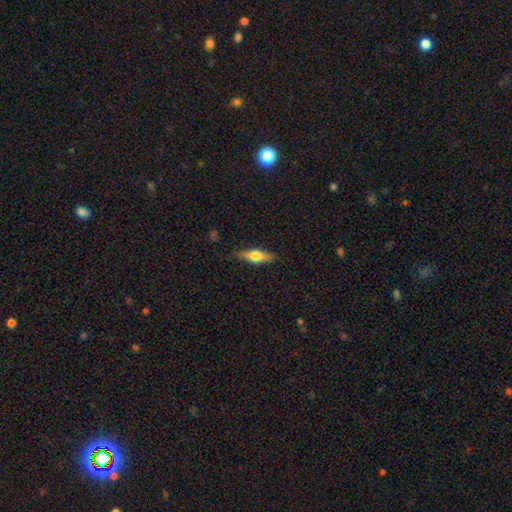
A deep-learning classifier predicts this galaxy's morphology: This appears to be a smooth galaxy with no disk features (50%). Merging: none (83%).